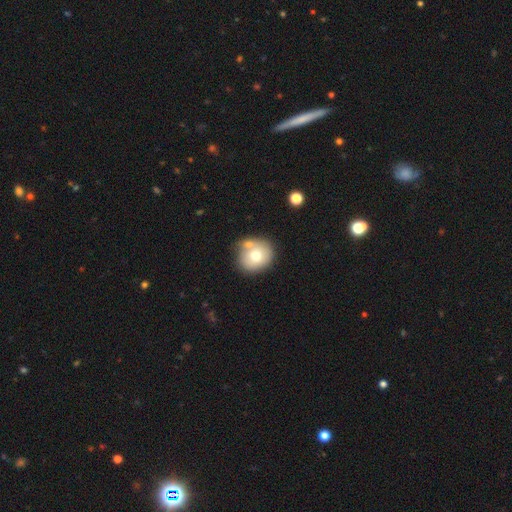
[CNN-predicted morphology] Smooth or featured: smooth — 69% (featured or disk — 22%)
How rounded: round — 81% (in between — 18%)
Merging: none — 56% (merger — 25%)